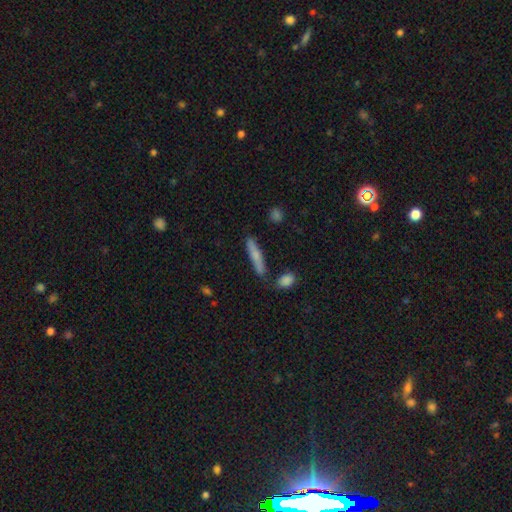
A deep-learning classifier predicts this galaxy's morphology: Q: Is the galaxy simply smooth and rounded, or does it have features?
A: smooth — 68%.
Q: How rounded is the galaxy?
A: cigar-shaped — 88%.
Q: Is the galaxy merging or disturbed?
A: none — 78%.